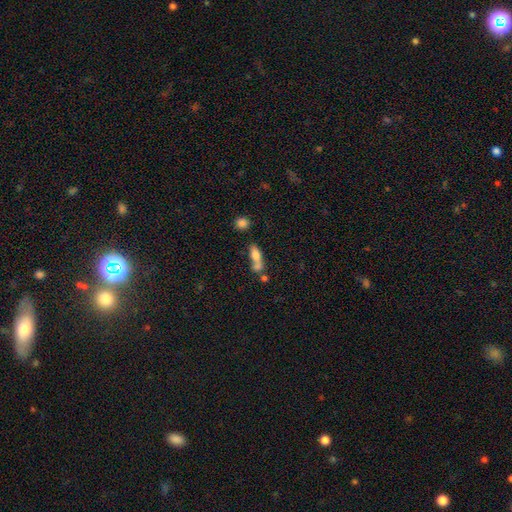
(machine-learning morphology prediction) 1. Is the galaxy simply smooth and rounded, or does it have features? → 70% smooth, 20% featured or disk, 10% star or artifact.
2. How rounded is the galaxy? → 62% in between, 31% cigar-shaped, 7% round.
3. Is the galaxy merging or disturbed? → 49% merger, 30% none, 13% minor disturbance, 8% major disturbance.